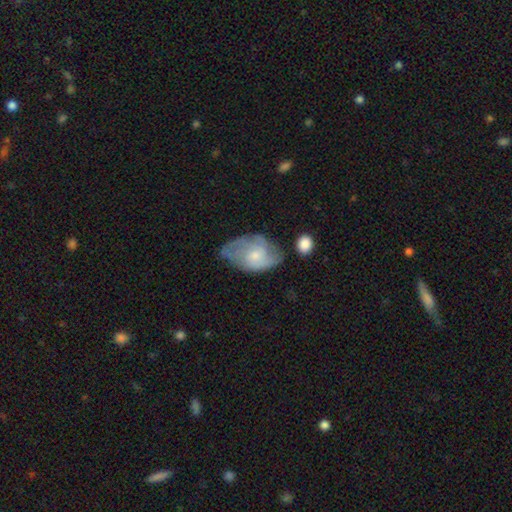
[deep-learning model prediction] smooth_or_featured: featured or disk (p=0.56) [alt: smooth p=0.37]
disk_edge_on: no (p=0.96) [alt: yes p=0.04]
bar: no (p=0.75) [alt: weak p=0.22]
has_spiral_arms: yes (p=0.74) [alt: no p=0.26]
bulge_size: small (p=0.56) [alt: moderate p=0.36]
merging: none (p=0.41) [alt: minor disturbance p=0.34]